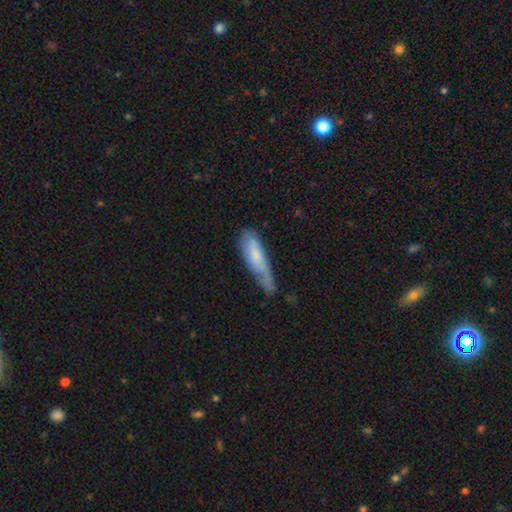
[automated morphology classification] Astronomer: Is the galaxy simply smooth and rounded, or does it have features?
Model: smooth — 61%.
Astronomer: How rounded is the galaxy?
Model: cigar-shaped — 63%.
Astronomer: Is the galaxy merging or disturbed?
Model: minor disturbance — 39% (runner-up: none, 38%).